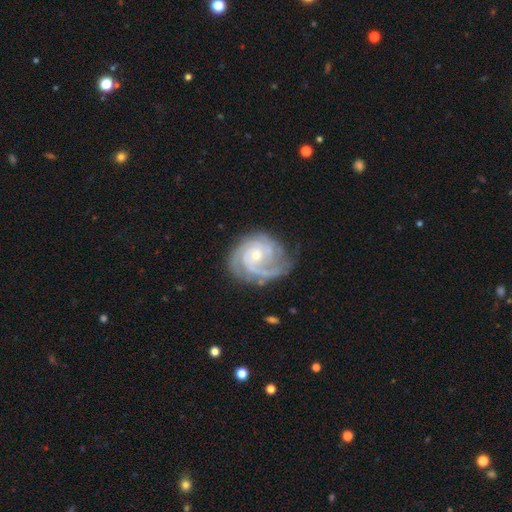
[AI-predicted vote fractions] Smooth or featured? featured or disk (88%)
Edge-on disk? no (98%)
Bar? no (69%)
Spiral arms? yes (97%)
Spiral winding? tight (64%)
Spiral arm count? 2 (32%)
Bulge size? small (60%)
Merging? none (65%)